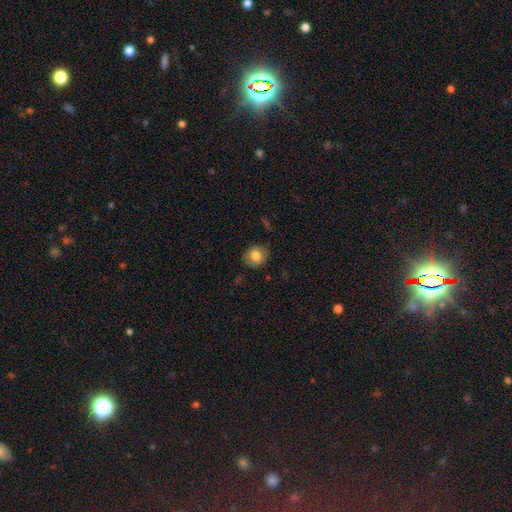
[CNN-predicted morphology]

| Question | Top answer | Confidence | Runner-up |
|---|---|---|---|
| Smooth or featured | smooth | 79% | featured or disk (12%) |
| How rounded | round | 78% | in between (21%) |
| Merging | none | 79% | minor disturbance (16%) |